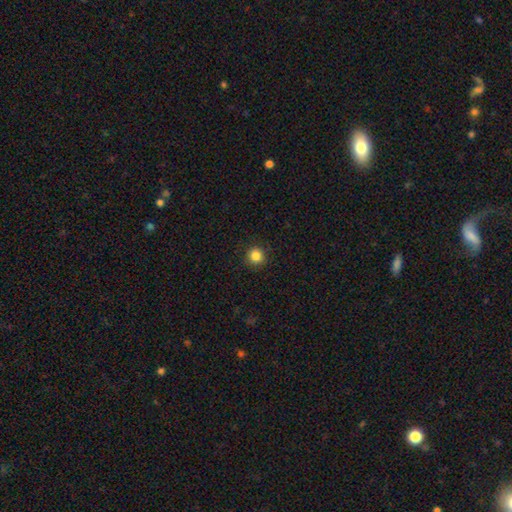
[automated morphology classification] smooth-or-featured: smooth: 85% | star or artifact: 11% | featured or disk: 4%
  how-rounded: round: 93% | in between: 6% | cigar-shaped: 1%
  merging: none: 90% | minor disturbance: 7% | major disturbance: 2% | merger: 1%